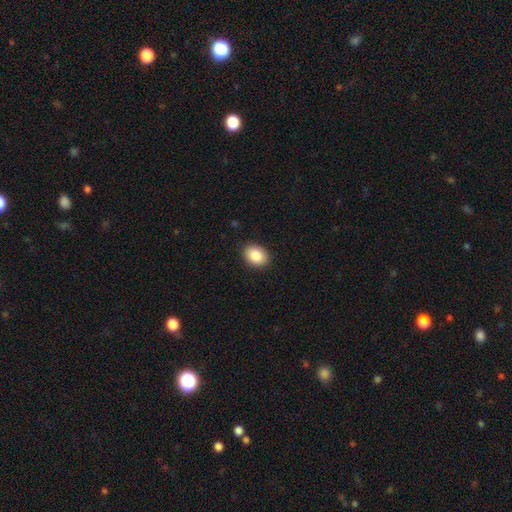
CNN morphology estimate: Smooth or featured? Predicted: smooth (p=0.85). How rounded? Predicted: in between (p=0.71). Merging? Predicted: none (p=0.90).